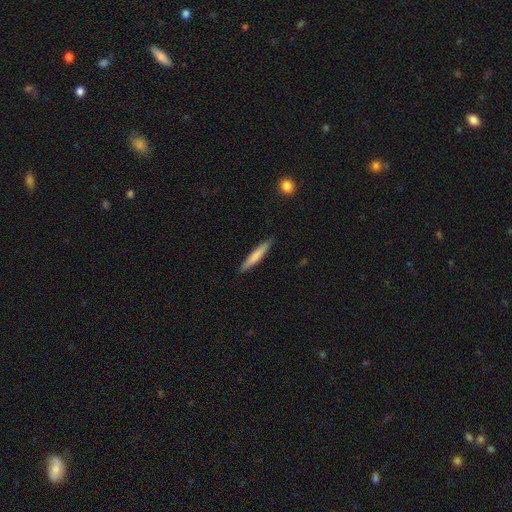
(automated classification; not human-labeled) Smooth or featured: smooth — 74% (featured or disk — 21%)
How rounded: cigar-shaped — 94% (in between — 5%)
Merging: none — 89% (minor disturbance — 8%)